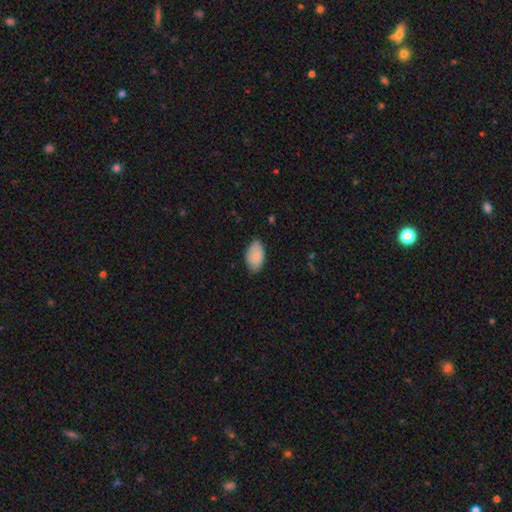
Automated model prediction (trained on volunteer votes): This appears to be a smooth galaxy with no disk features (82%) that is in between round and cigar-shaped (93%). Merging: none (75%).